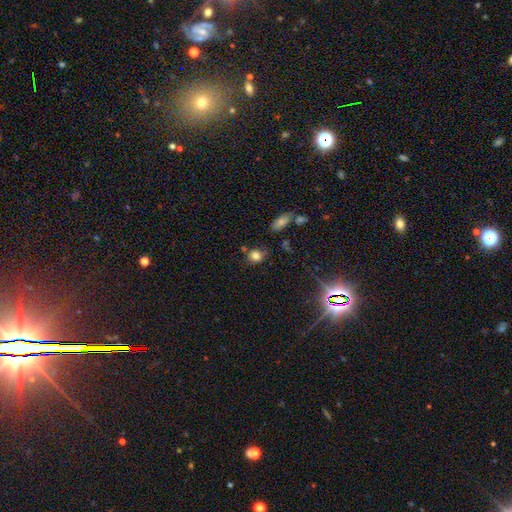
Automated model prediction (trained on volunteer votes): smooth-or-featured: smooth: 79% | star or artifact: 13% | featured or disk: 8%
  how-rounded: round: 67% | in between: 32% | cigar-shaped: 2%
  merging: none: 71% | minor disturbance: 17% | merger: 8% | major disturbance: 4%